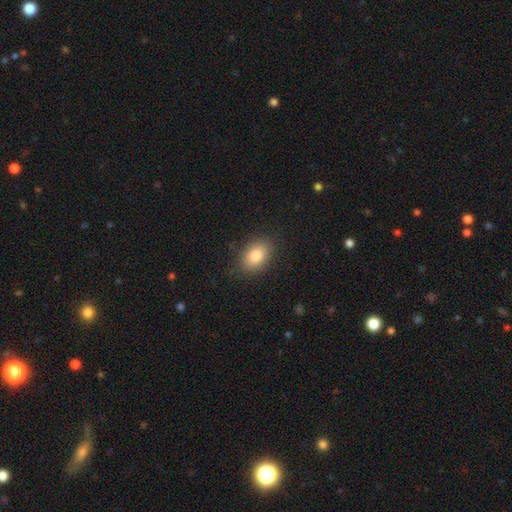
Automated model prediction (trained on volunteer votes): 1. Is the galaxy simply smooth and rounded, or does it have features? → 84% smooth, 8% star or artifact, 8% featured or disk.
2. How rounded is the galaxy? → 82% in between, 16% round, 1% cigar-shaped.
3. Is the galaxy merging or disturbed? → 85% none, 11% minor disturbance, 3% major disturbance, 1% merger.